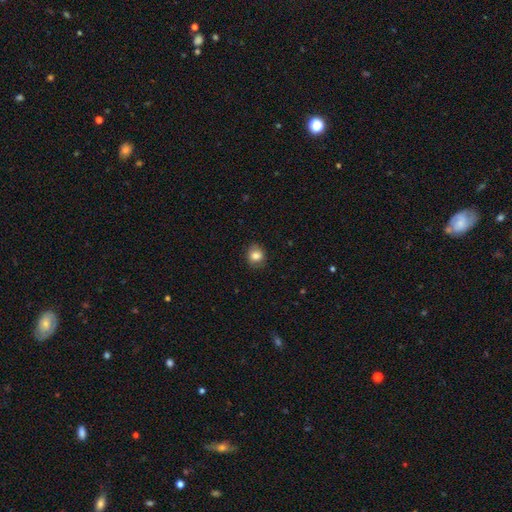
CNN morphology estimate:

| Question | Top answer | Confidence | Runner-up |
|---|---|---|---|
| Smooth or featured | smooth | 82% | featured or disk (9%) |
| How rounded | round | 65% | in between (34%) |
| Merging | none | 82% | minor disturbance (14%) |